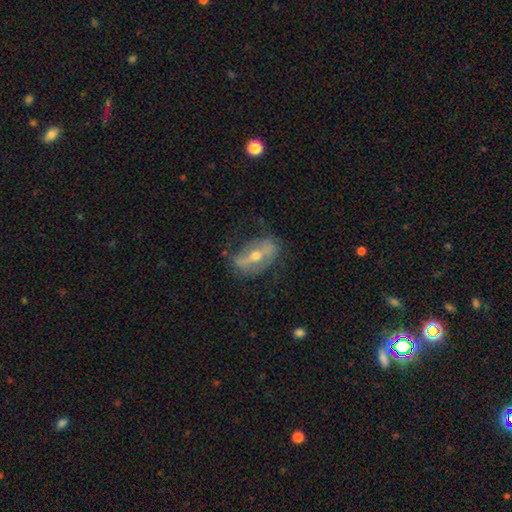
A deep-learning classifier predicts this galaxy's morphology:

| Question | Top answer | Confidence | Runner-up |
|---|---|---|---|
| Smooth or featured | featured or disk | 72% | smooth (21%) |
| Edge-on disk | no | 79% | yes (21%) |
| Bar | strong | 62% | weak (22%) |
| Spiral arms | yes | 56% | no (44%) |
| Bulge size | moderate | 60% | small (36%) |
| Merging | none | 67% | minor disturbance (21%) |